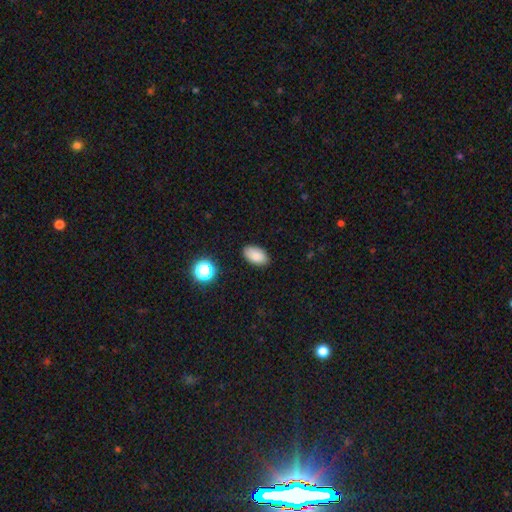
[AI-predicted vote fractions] Overall: smooth (84%). How rounded: in between (93%). Merging: none (86%).